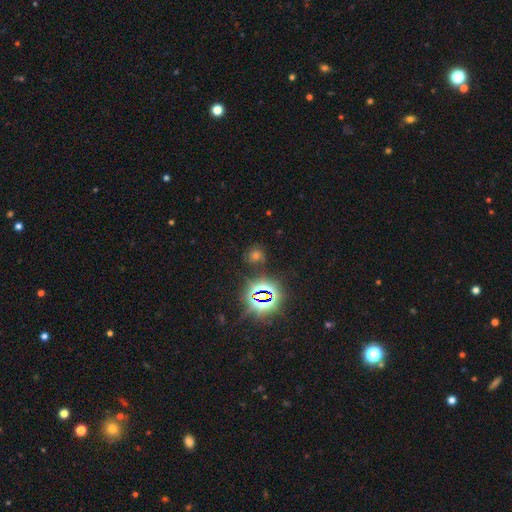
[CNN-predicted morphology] Overall: star or artifact (56%; smooth 33%).